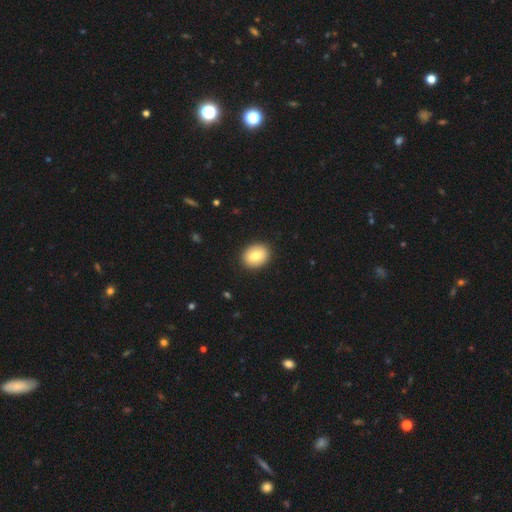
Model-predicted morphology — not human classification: The model was most divided on "how rounded": in between: 55%, round: 44%, cigar-shaped: 1%. More confident: merging — none (90%); smooth or featured — smooth (78%).